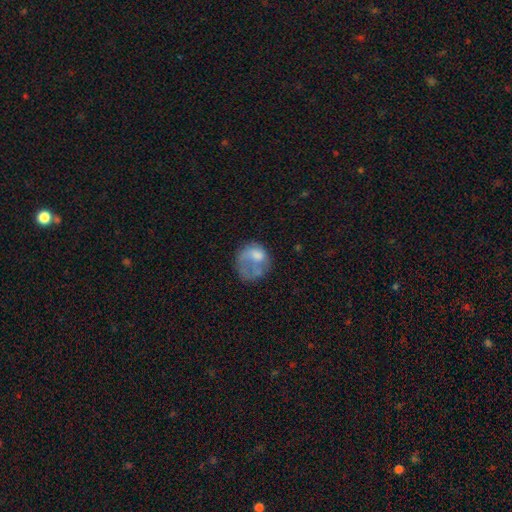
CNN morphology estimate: Overall: smooth (57%; featured or disk 34%). How rounded: round (63%; in between 36%). Merging: major disturbance (44%; none 29%).